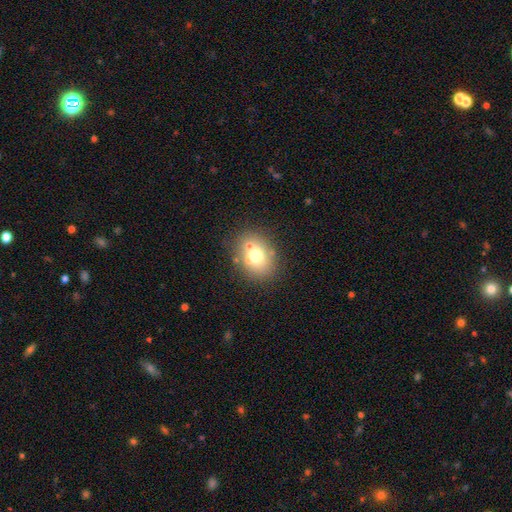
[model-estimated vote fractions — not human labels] Q: Smooth or featured?
A: smooth (69%); runner-up: featured or disk (19%)
Q: How rounded?
A: in between (52%); runner-up: round (47%)
Q: Merging?
A: none (70%); runner-up: minor disturbance (14%)